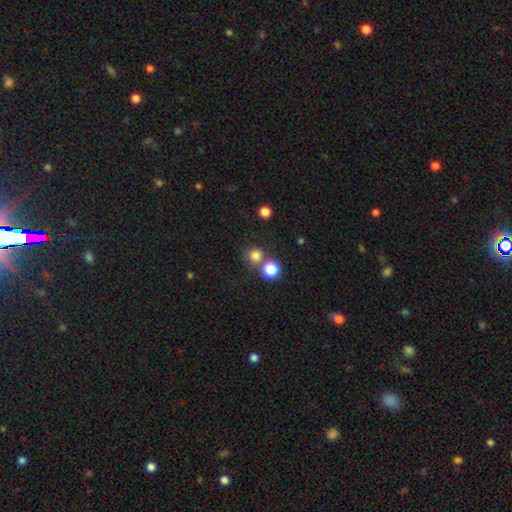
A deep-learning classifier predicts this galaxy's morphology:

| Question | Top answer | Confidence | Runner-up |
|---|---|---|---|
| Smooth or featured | smooth | 80% | star or artifact (15%) |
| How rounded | round | 92% | in between (7%) |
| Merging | none | 71% | merger (18%) |